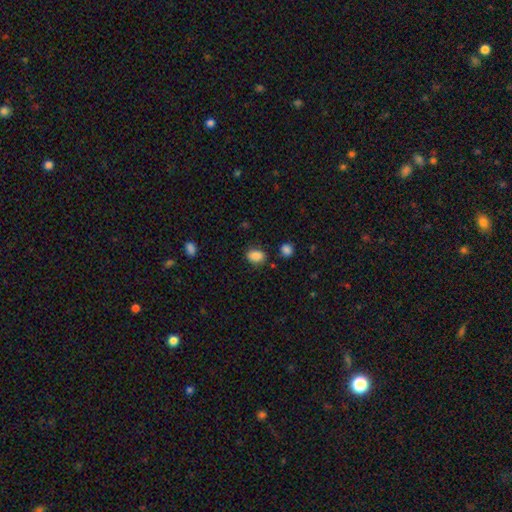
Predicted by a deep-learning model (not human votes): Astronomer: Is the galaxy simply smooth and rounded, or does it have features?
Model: smooth — 87%.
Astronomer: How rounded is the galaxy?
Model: in between — 73%.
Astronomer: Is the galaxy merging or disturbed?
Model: none — 82%.